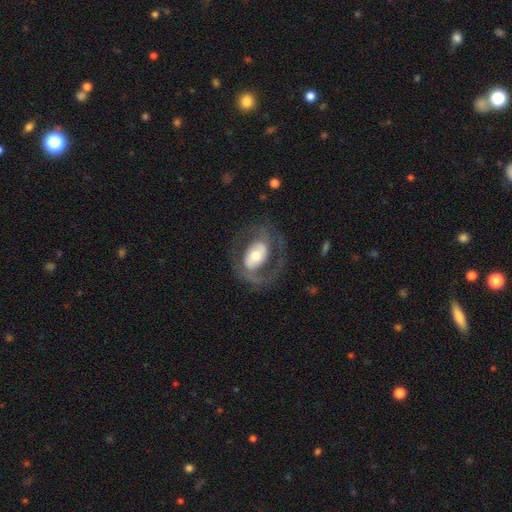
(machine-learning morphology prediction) Smooth or featured: featured or disk — 72% (smooth — 23%)
Edge-on disk: no — 95% (yes — 5%)
Bar: no — 38% (weak — 31%)
Spiral arms: yes — 70% (no — 30%)
Bulge size: moderate — 60% (small — 19%)
Merging: none — 65% (major disturbance — 18%)